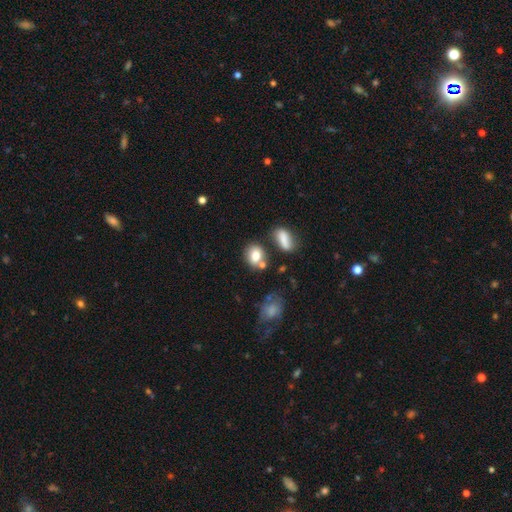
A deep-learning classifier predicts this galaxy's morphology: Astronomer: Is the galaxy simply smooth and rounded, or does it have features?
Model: smooth — 78%.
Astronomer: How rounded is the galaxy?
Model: round — 54% (runner-up: in between, 44%).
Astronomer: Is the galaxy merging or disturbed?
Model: none — 60%.